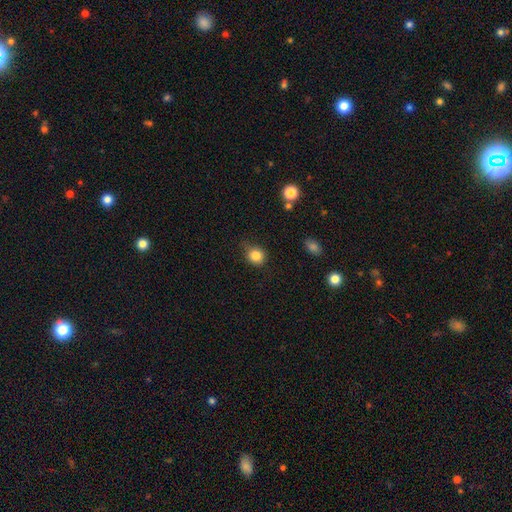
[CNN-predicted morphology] A smooth galaxy with no disk features (83%) that is round (79%). Merging: none (73%).